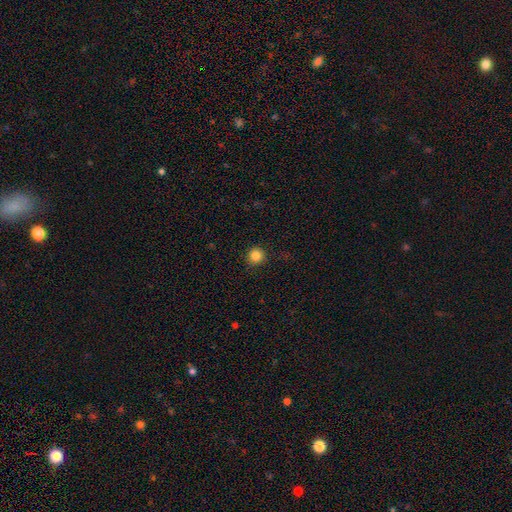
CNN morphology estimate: Smooth or featured: smooth — 85% (star or artifact — 11%)
How rounded: round — 94% (in between — 5%)
Merging: none — 90% (minor disturbance — 7%)